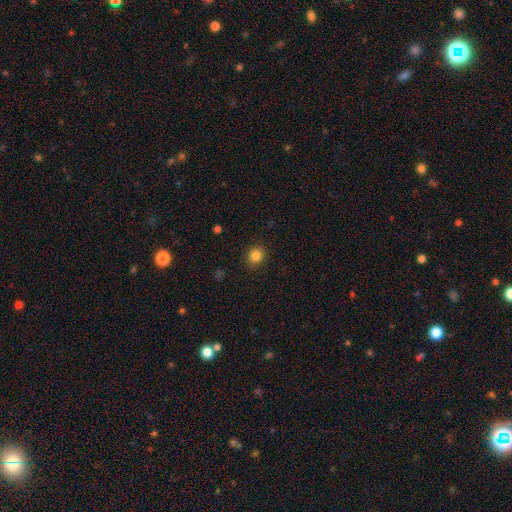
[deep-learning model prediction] Smooth or featured: smooth — 83% (star or artifact — 12%)
How rounded: round — 84% (in between — 16%)
Merging: none — 90% (minor disturbance — 7%)